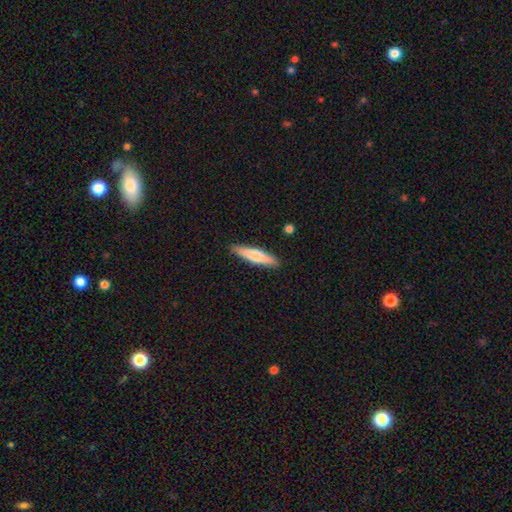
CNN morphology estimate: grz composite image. It shows a smooth galaxy with no disk features (64%) that is cigar-shaped (83%). Merging: none (90%).